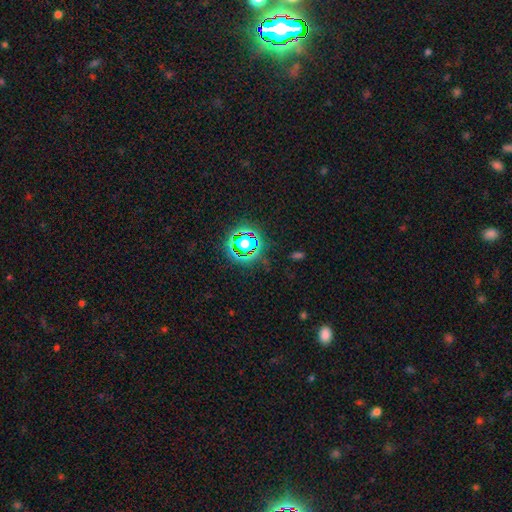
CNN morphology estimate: star or artifact 78%, smooth 15%, featured or disk 8%.